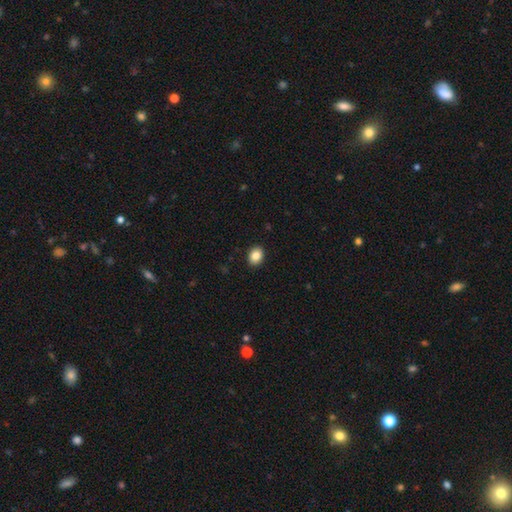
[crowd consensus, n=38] Smooth or featured? smooth (87%)
How rounded? in between (70%)
Merging? none (94%)